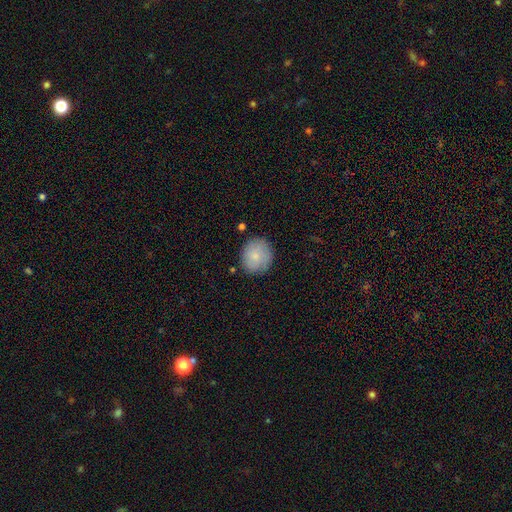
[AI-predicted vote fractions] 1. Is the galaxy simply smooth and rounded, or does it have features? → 80% smooth, 13% featured or disk, 7% star or artifact.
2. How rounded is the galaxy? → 80% round, 19% in between, 1% cigar-shaped.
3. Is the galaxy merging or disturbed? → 80% none, 15% minor disturbance, 3% major disturbance, 2% merger.